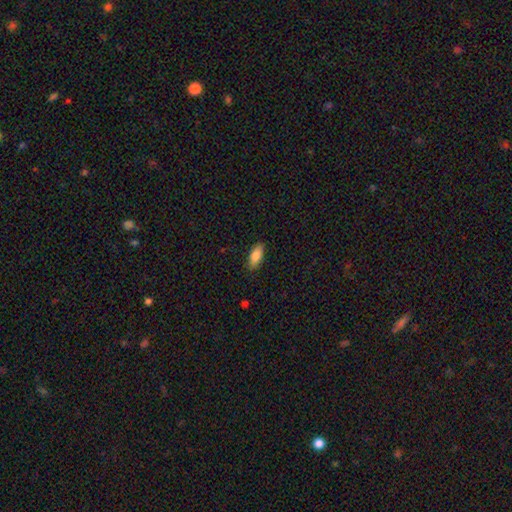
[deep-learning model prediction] smooth 85%, featured or disk 8%, star or artifact 6%. Down the decision tree: how rounded — in between (80%); merging — none (86%).